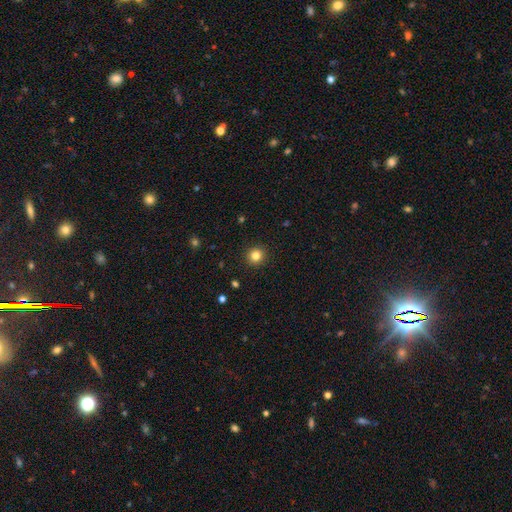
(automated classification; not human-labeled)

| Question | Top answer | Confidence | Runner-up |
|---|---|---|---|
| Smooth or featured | smooth | 83% | star or artifact (12%) |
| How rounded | round | 94% | in between (5%) |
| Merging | none | 93% | minor disturbance (5%) |